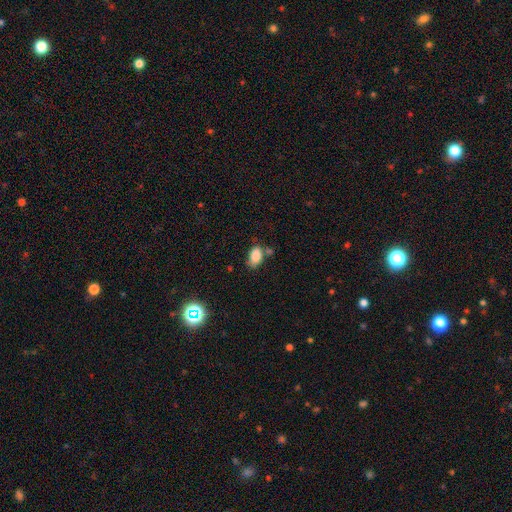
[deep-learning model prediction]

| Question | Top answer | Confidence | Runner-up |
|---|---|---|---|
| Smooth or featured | smooth | 85% | star or artifact (9%) |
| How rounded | in between | 90% | round (8%) |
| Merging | none | 58% | minor disturbance (24%) |